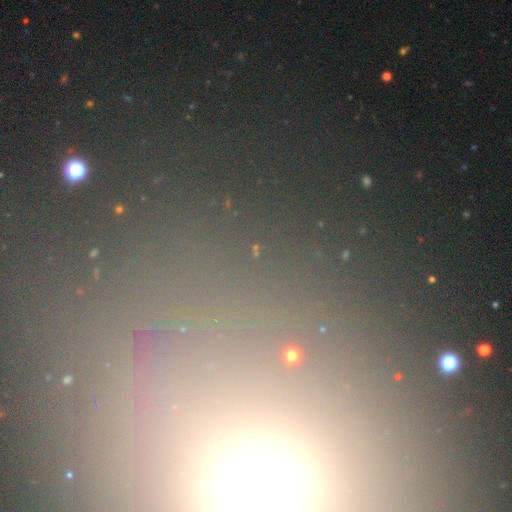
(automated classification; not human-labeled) Smooth or featured? star or artifact (73%)